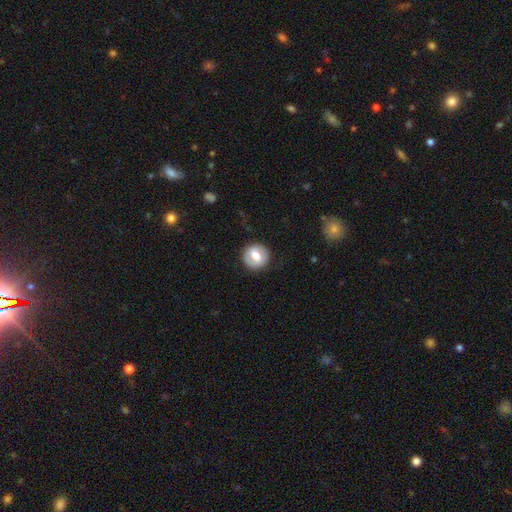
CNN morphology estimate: Smooth or featured?
  - smooth: 55% *
  - featured or disk: 38%
  - star or artifact: 7%
How rounded?
  - round: 85% *
  - in between: 14%
  - cigar-shaped: 1%
Merging?
  - none: 85% *
  - minor disturbance: 10%
  - major disturbance: 4%
  - merger: 1%